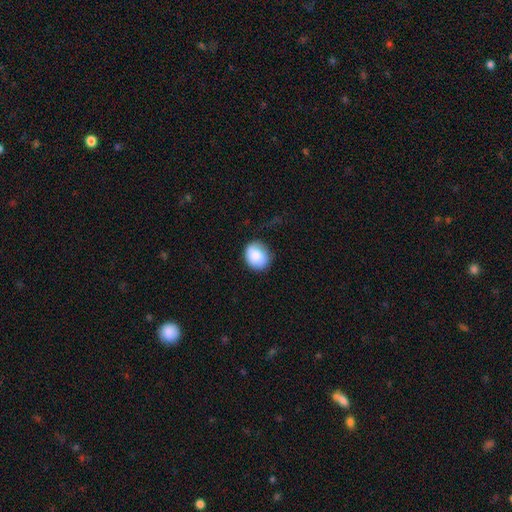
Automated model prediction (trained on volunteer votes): Smooth or featured: smooth — 84% (featured or disk — 9%)
How rounded: round — 67% (in between — 32%)
Merging: none — 72% (minor disturbance — 20%)